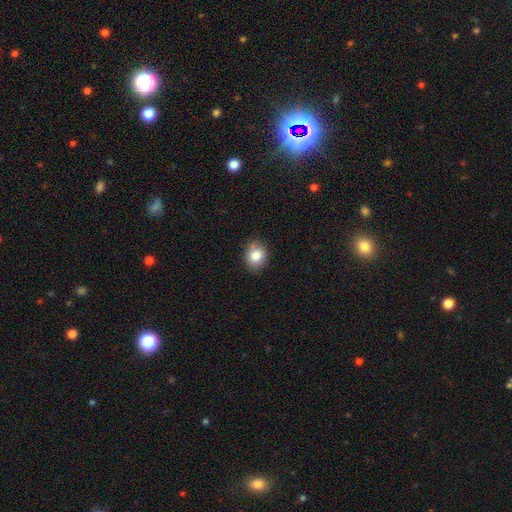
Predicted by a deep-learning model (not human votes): This is clearly a smooth galaxy (82%). How rounded: possibly round (55%). Merging: clearly none (82%).